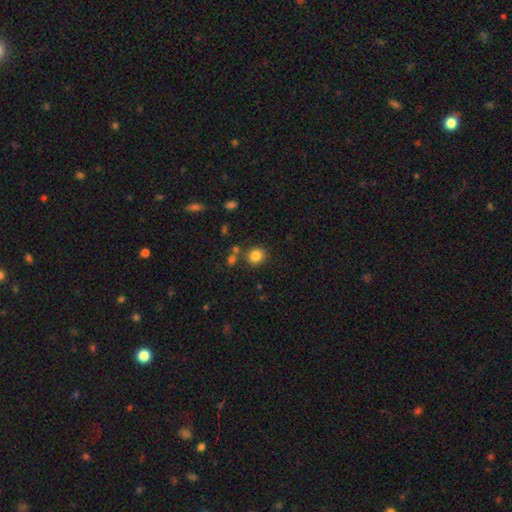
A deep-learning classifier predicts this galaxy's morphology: Smooth or featured? smooth (82%)
How rounded? round (77%)
Merging? none (79%)